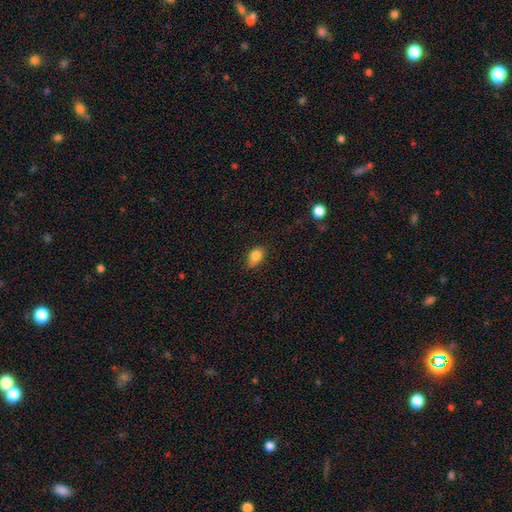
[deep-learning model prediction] Overall: smooth (84%). How rounded: in between (81%). Merging: none (70%).